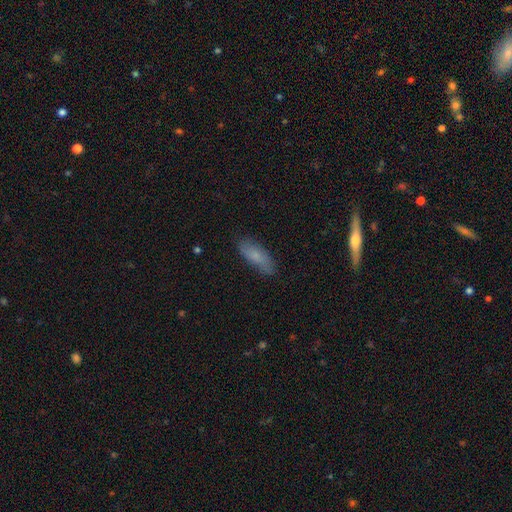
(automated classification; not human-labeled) Overall: smooth (74%). How rounded: in between (63%; cigar-shaped 34%). Merging: none (77%).